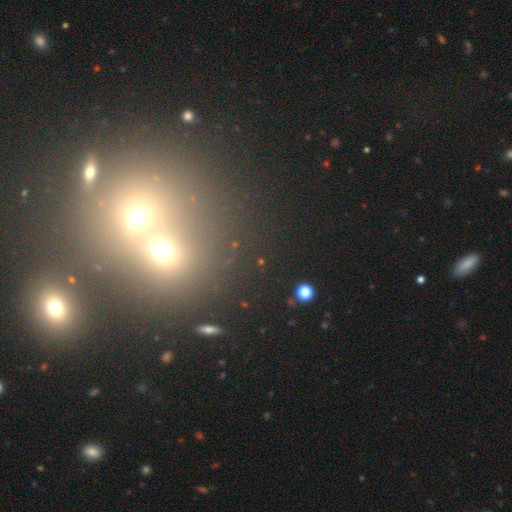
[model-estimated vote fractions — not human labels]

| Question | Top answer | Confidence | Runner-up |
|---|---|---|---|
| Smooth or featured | smooth | 43% | star or artifact (41%) |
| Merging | merger | 56% | none (35%) |